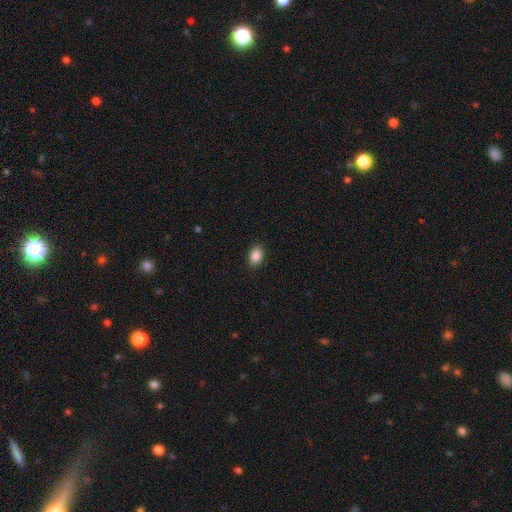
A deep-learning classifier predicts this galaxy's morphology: Smooth or featured? smooth (88%)
How rounded? in between (84%)
Merging? none (89%)